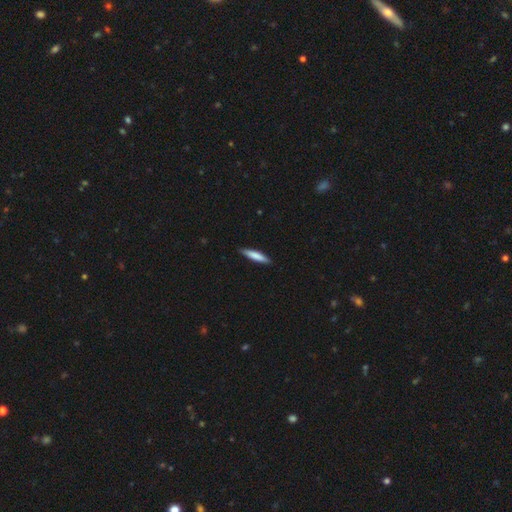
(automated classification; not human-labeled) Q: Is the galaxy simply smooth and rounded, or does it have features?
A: smooth — 78%.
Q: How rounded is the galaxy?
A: cigar-shaped — 86%.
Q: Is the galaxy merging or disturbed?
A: none — 89%.